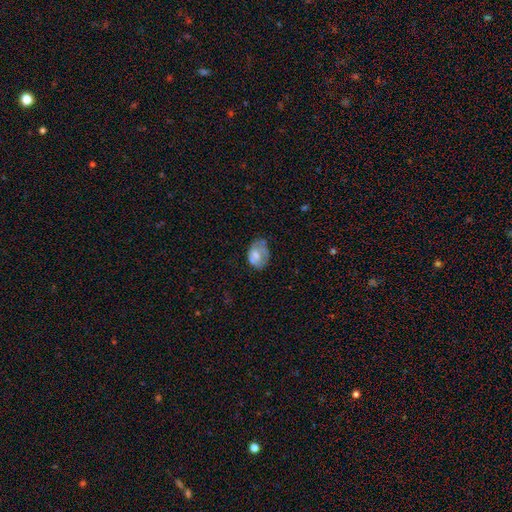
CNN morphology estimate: smooth_or_featured: smooth (p=0.60) [alt: featured or disk p=0.33]
how_rounded: in between (p=0.73) [alt: round p=0.26]
merging: none (p=0.42) [alt: minor disturbance p=0.37]